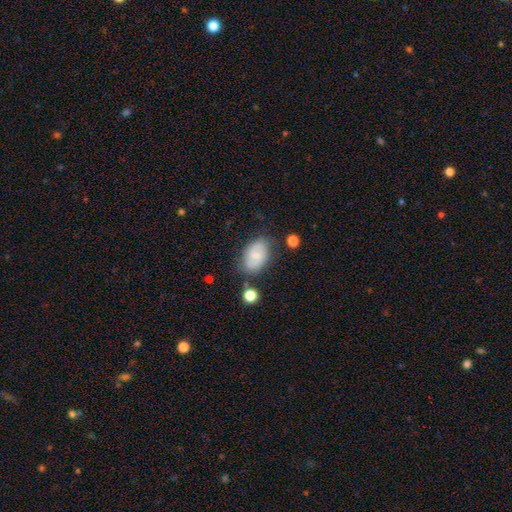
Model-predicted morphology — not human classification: Overall: smooth (65%; featured or disk 27%). How rounded: in between (88%). Merging: none (70%).